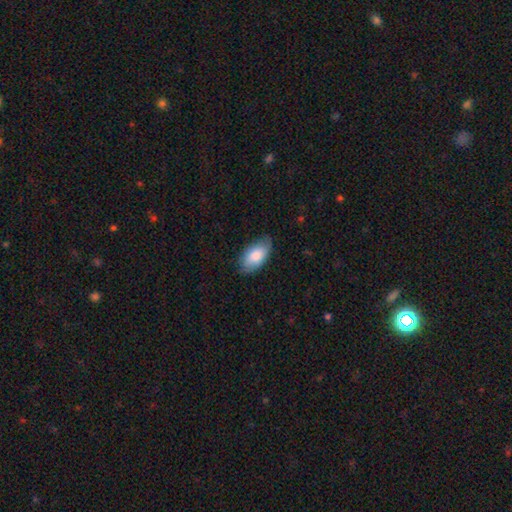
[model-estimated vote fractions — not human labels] Q: Smooth or featured?
A: smooth (82%); runner-up: featured or disk (12%)
Q: How rounded?
A: in between (94%); runner-up: cigar-shaped (3%)
Q: Merging?
A: none (77%); runner-up: minor disturbance (19%)